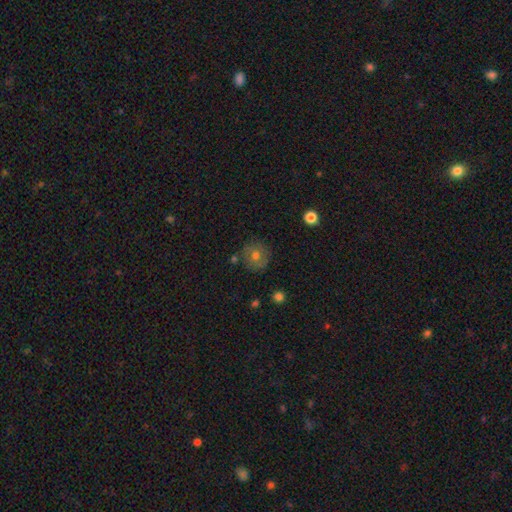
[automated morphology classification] type=smooth (66%); roundness=round (92%); merging=none (82%).